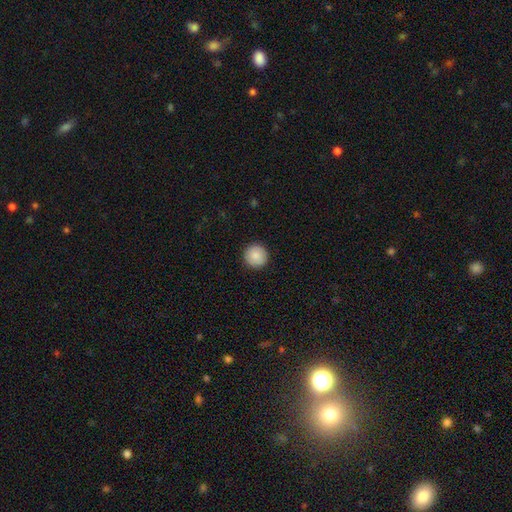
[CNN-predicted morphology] Smooth or featured? smooth (88%)
How rounded? round (96%)
Merging? none (93%)